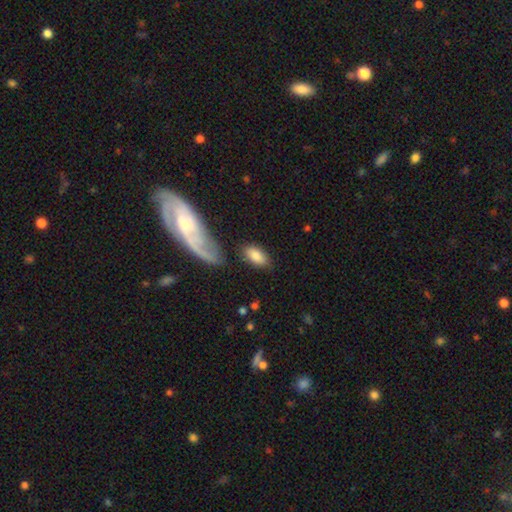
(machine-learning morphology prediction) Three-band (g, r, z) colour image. It shows a smooth galaxy with no disk features (81%) that is in between round and cigar-shaped (92%). Merging: none (73%).